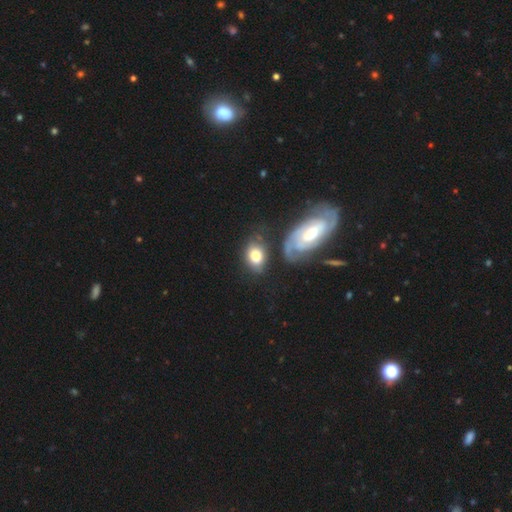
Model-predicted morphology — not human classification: type=smooth (71%); roundness=in between (70%); merging=none (56%).